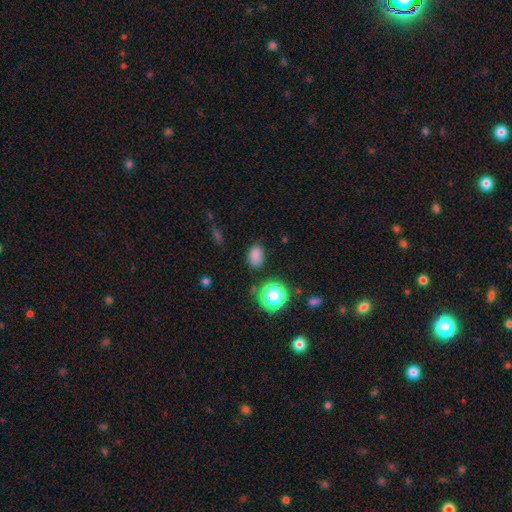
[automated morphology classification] Q: Smooth or featured?
A: smooth (78%); runner-up: star or artifact (17%)
Q: How rounded?
A: in between (77%); runner-up: round (22%)
Q: Merging?
A: none (81%); runner-up: minor disturbance (13%)